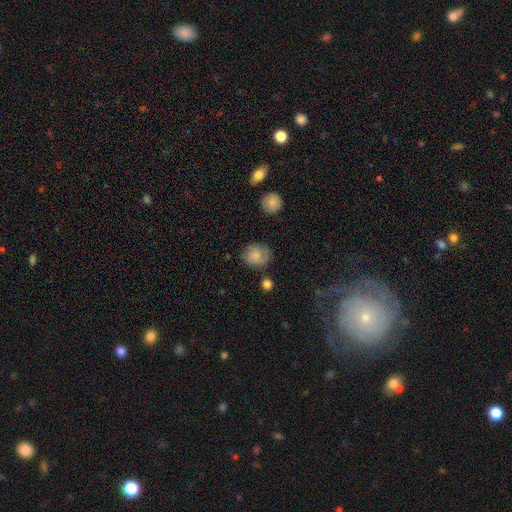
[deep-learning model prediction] This appears to be a smooth galaxy with no disk features (79%) that is round (69%). Merging: none (73%).